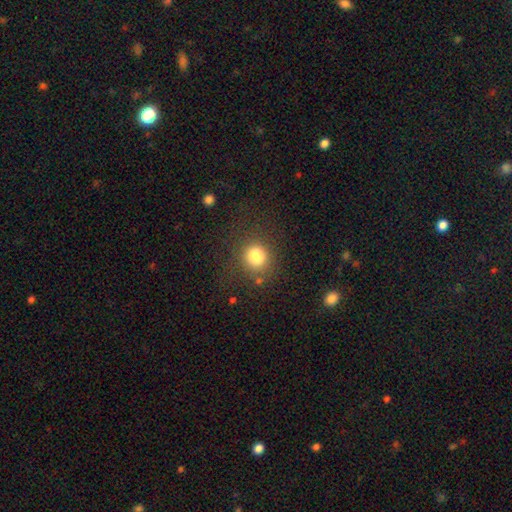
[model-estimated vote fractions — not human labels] smooth 81%, star or artifact 12%, featured or disk 7%. Down the decision tree: how rounded — round (86%); merging — none (80%).